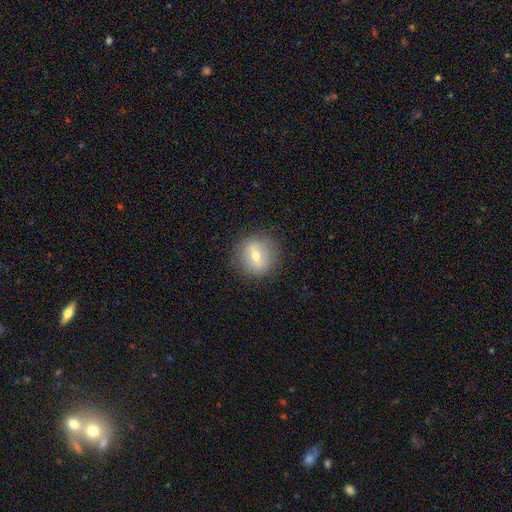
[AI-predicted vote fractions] A smooth galaxy with no disk features (51%) that is round (84%).

Vote fractions:
- Smooth or featured? smooth: 51% / featured or disk: 40% / star or artifact: 9%
- How rounded? round: 84% / in between: 14% / cigar-shaped: 2%
- Merging? none: 85% / minor disturbance: 10% / major disturbance: 4% / merger: 1%